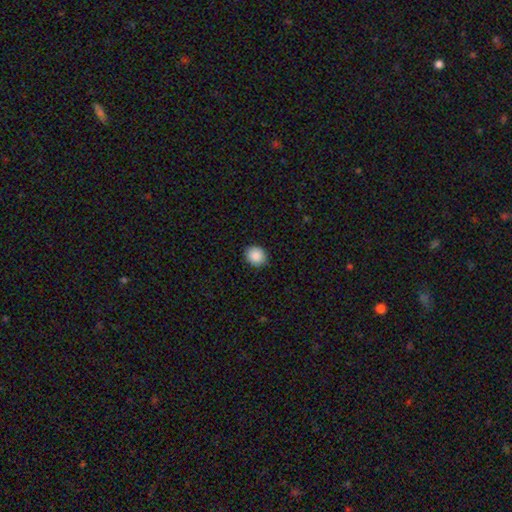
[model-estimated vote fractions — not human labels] Smooth or featured: smooth — 89% (star or artifact — 8%)
How rounded: round — 74% (in between — 25%)
Merging: none — 88% (minor disturbance — 9%)